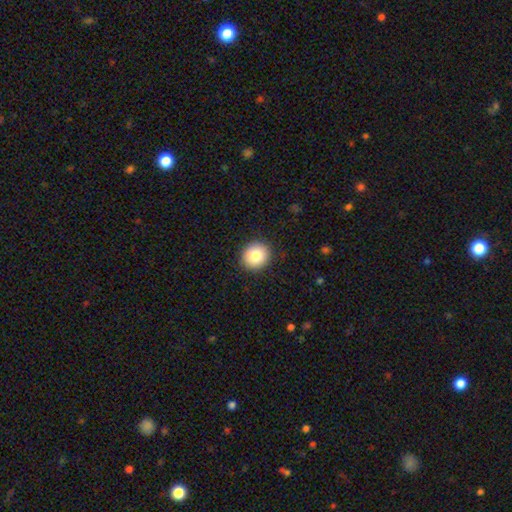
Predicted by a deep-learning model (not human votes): Q: Smooth or featured?
A: smooth (83%); runner-up: star or artifact (9%)
Q: How rounded?
A: round (85%); runner-up: in between (14%)
Q: Merging?
A: none (91%); runner-up: minor disturbance (6%)